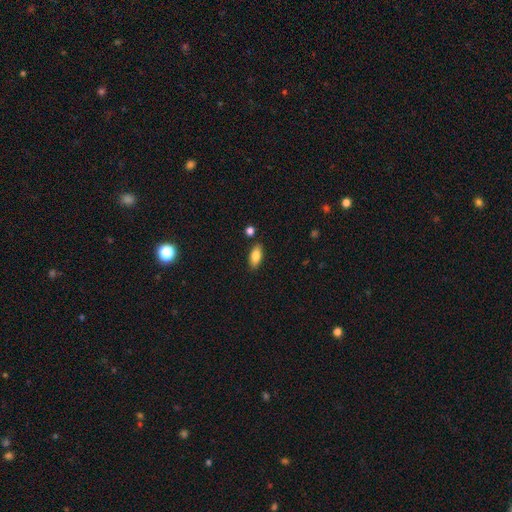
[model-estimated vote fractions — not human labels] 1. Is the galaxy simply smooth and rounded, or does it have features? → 83% smooth, 10% featured or disk, 7% star or artifact.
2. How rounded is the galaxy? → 87% in between, 10% cigar-shaped, 3% round.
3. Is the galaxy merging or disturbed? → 83% none, 11% minor disturbance, 4% merger, 2% major disturbance.